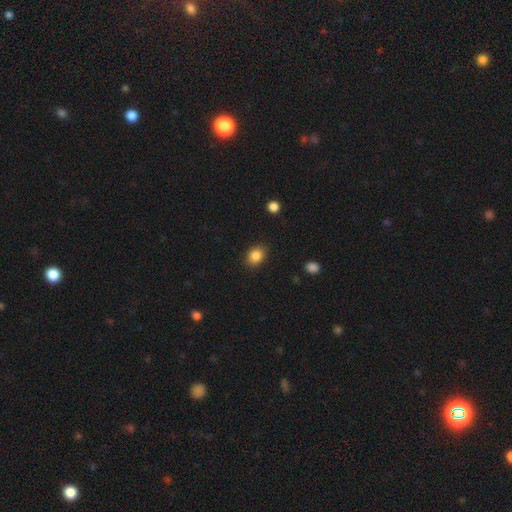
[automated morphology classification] smooth_or_featured: smooth (p=0.86) [alt: star or artifact p=0.09]
how_rounded: in between (p=0.56) [alt: round p=0.43]
merging: none (p=0.86) [alt: minor disturbance p=0.10]